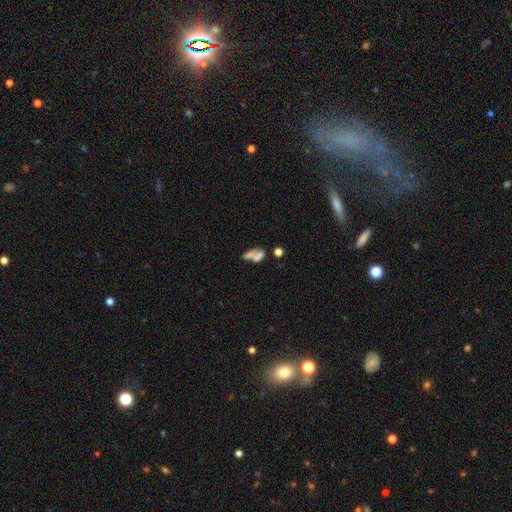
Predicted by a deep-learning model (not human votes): Overall: smooth (53%; featured or disk 34%). How rounded: in between (78%). Merging: merger (55%; none 22%).